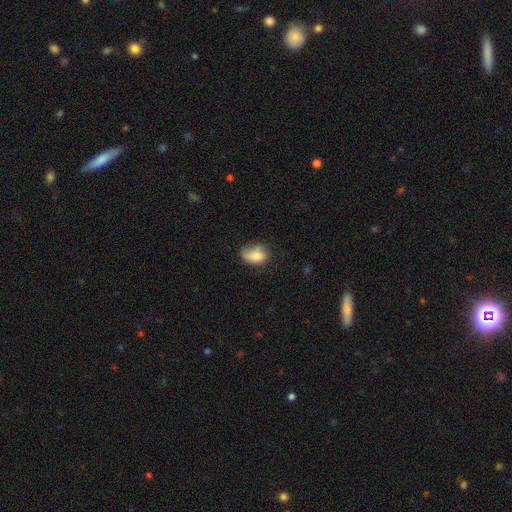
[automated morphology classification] smooth 77%, featured or disk 14%, star or artifact 9%. Down the decision tree: how rounded — in between (82%); merging — none (45%).